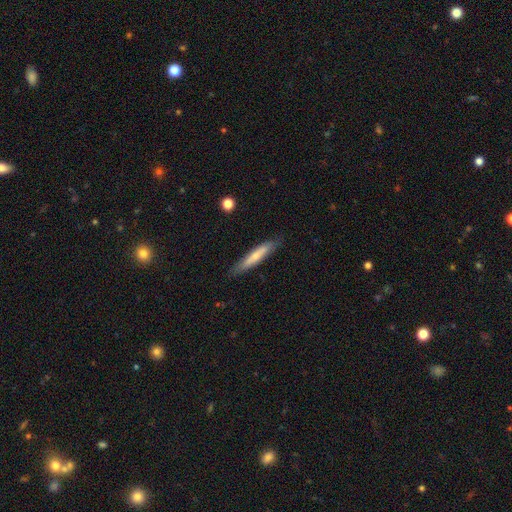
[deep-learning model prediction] smooth_or_featured: smooth (p=0.60) [alt: featured or disk p=0.34]
how_rounded: cigar-shaped (p=0.89) [alt: in between p=0.09]
merging: none (p=0.83) [alt: minor disturbance p=0.13]